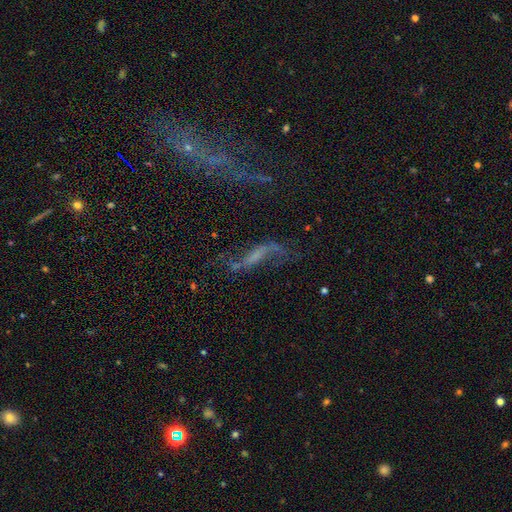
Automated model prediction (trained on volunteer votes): A featured or disk galaxy (59%). Merging: none (39%).